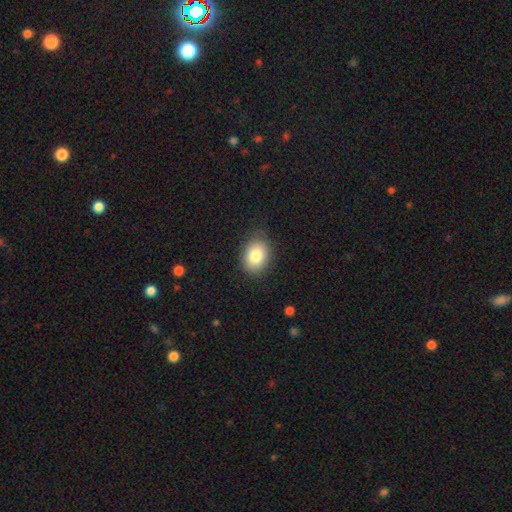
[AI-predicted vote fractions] A smooth galaxy with no disk features (84%) that is in between round and cigar-shaped (67%).

Vote fractions:
- Smooth or featured? smooth: 84% / featured or disk: 8% / star or artifact: 8%
- How rounded? in between: 67% / round: 32% / cigar-shaped: 1%
- Merging? none: 83% / minor disturbance: 12% / major disturbance: 3% / merger: 1%